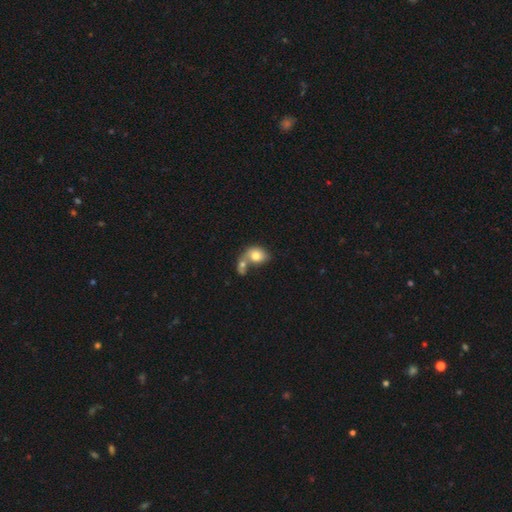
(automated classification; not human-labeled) smooth_or_featured: smooth (p=0.73) [alt: featured or disk p=0.20]
how_rounded: in between (p=0.56) [alt: round p=0.42]
merging: merger (p=0.68) [alt: none p=0.16]